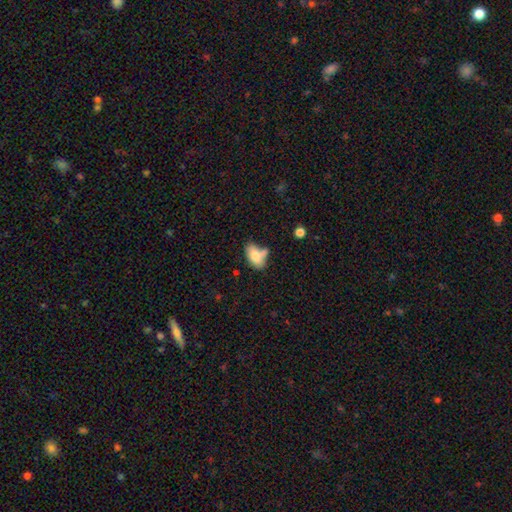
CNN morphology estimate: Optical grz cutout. It shows a smooth galaxy with no disk features (74%) that is in between round and cigar-shaped (90%). Merging: none (40%).